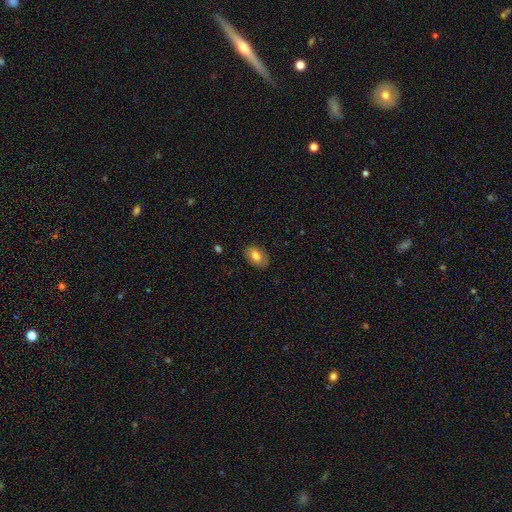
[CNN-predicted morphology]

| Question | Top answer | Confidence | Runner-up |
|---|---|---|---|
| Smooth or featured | smooth | 76% | featured or disk (16%) |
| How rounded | in between | 85% | round (14%) |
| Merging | none | 86% | minor disturbance (11%) |